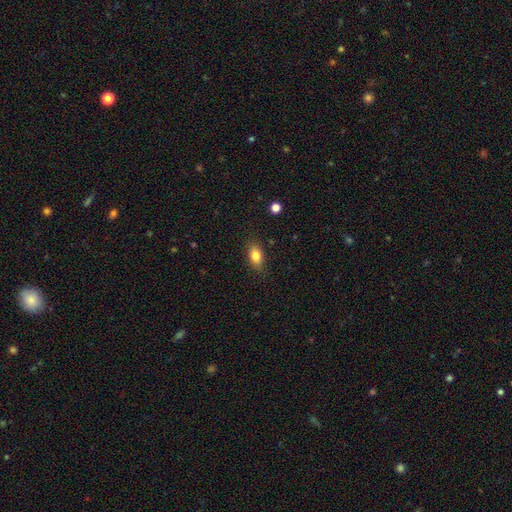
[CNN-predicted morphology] Smooth or featured? Predicted: smooth (p=0.83). How rounded? Predicted: in between (p=0.85). Merging? Predicted: none (p=0.85).